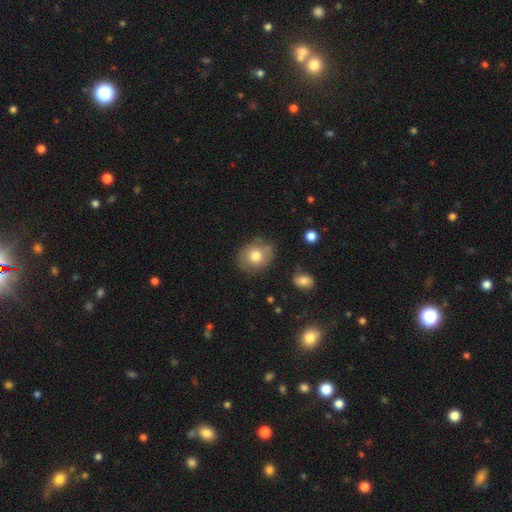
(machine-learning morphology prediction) type=smooth (75%); roundness=round (67%); merging=none (71%).